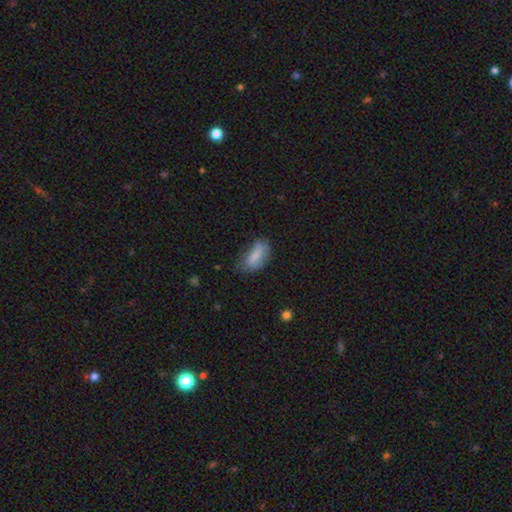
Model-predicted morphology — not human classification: The model was most divided on "merging": none: 49%, minor disturbance: 35%, major disturbance: 14%, merger: 3%. More confident: how rounded — in between (86%); smooth or featured — smooth (77%).